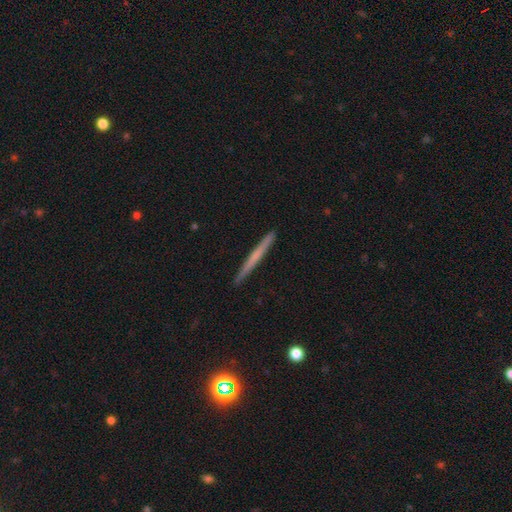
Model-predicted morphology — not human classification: A featured or disk galaxy (49%). Merging: none (92%).